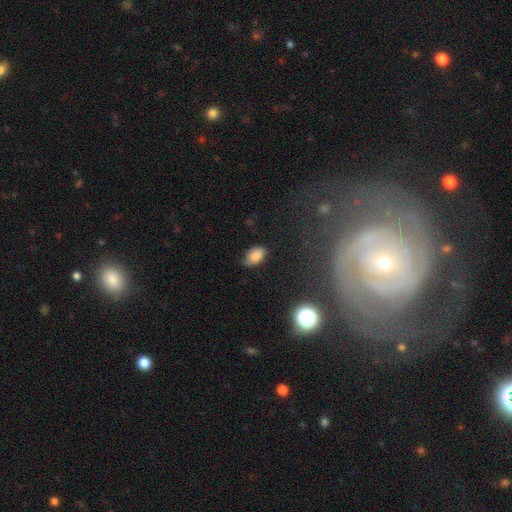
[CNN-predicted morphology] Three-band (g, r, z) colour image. It shows a smooth galaxy with no disk features (84%) that is in between round and cigar-shaped (89%). Merging: none (66%).